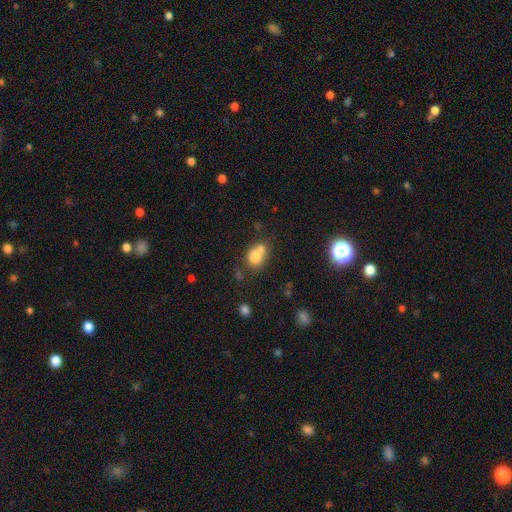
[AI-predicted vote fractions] smooth 74%, featured or disk 15%, star or artifact 11%. Down the decision tree: how rounded — round (62%); merging — merger (49%).